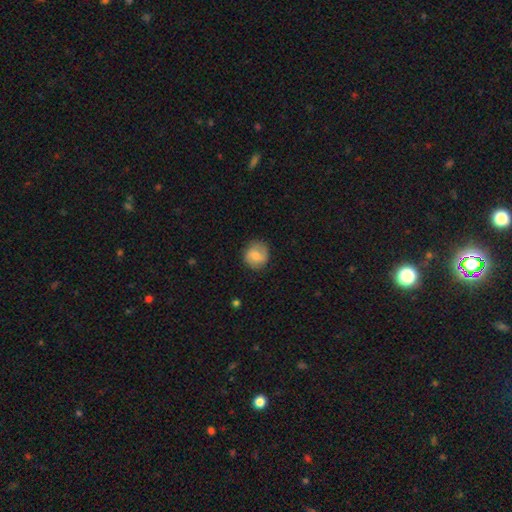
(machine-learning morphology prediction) Q: Smooth or featured?
A: smooth (71%); runner-up: featured or disk (21%)
Q: How rounded?
A: round (83%); runner-up: in between (16%)
Q: Merging?
A: none (81%); runner-up: minor disturbance (14%)